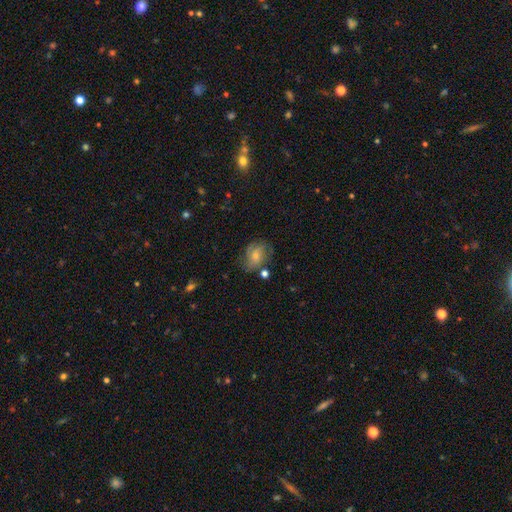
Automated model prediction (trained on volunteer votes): The model was most divided on "smooth or featured": smooth: 46%, featured or disk: 45%, star or artifact: 9%. More confident: merging — none (58%).